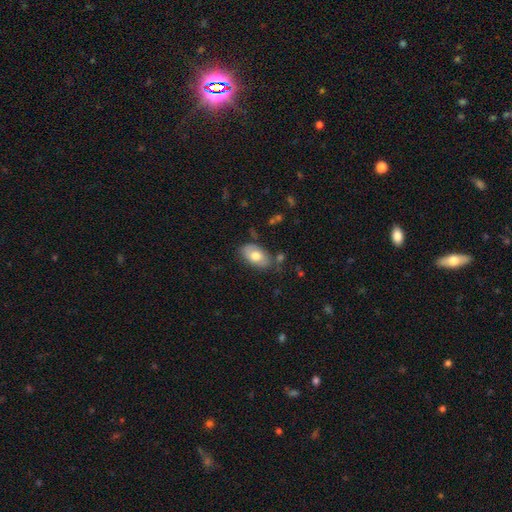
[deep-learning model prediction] This appears to be a smooth galaxy with no disk features (73%) that is in between round and cigar-shaped (93%). Merging: none (73%).